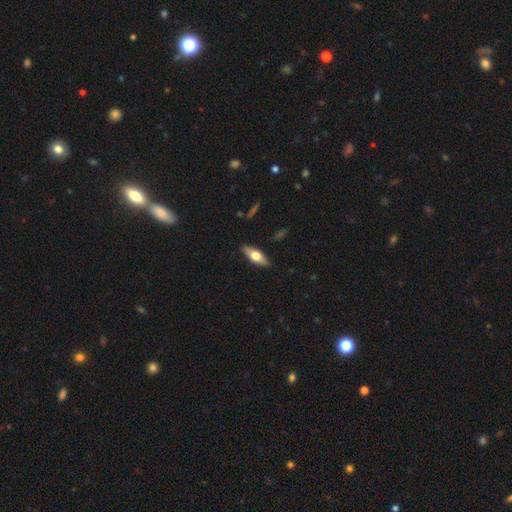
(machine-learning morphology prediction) Overall: smooth (49%; featured or disk 45%). Merging: none (86%).